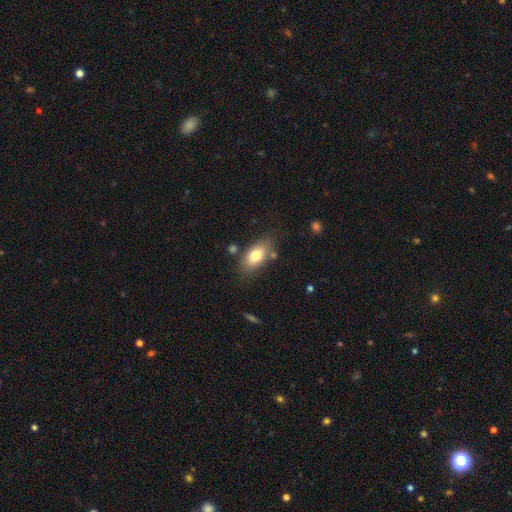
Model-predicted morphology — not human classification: Smooth or featured? Predicted: smooth (p=0.75). How rounded? Predicted: in between (p=0.87). Merging? Predicted: none (p=0.74).